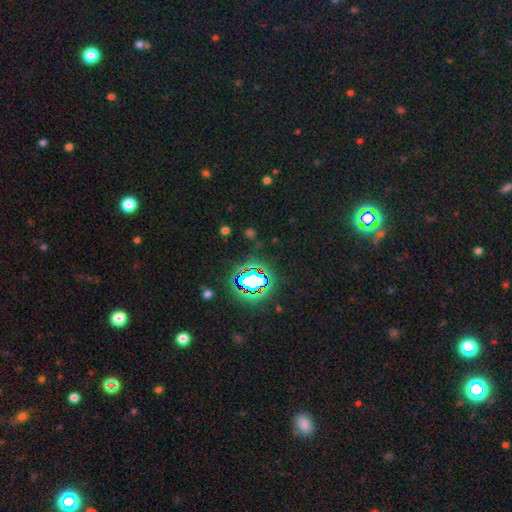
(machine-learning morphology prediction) Smooth or featured? star or artifact (77%)